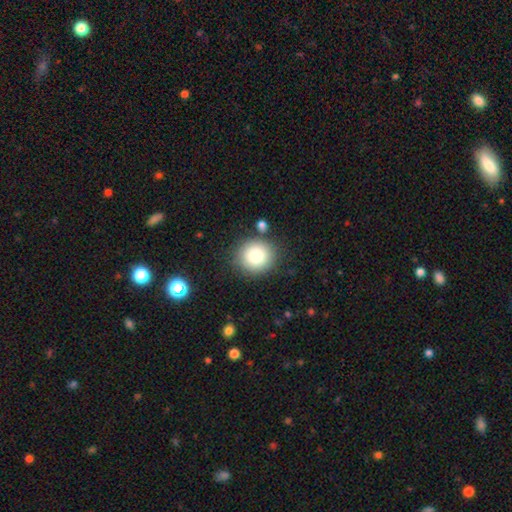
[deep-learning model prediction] Smooth or featured?
  - smooth: 84% *
  - star or artifact: 9%
  - featured or disk: 7%
How rounded?
  - round: 87% *
  - in between: 12%
  - cigar-shaped: 1%
Merging?
  - none: 83% *
  - minor disturbance: 9%
  - merger: 5%
  - major disturbance: 3%